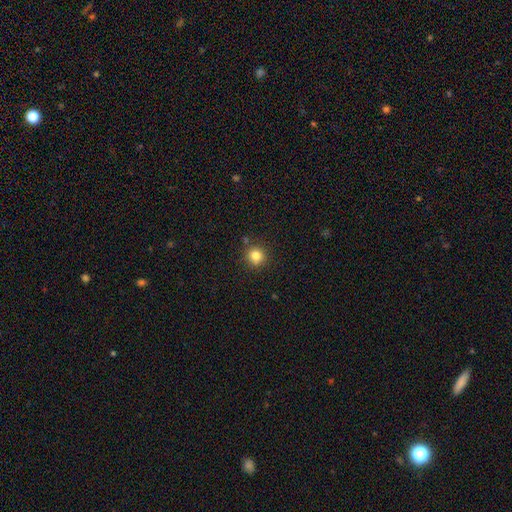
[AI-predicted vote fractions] A smooth galaxy with no disk features (82%) that is round (91%).

Vote fractions:
- Smooth or featured? smooth: 82% / star or artifact: 12% / featured or disk: 6%
- How rounded? round: 91% / in between: 8% / cigar-shaped: 1%
- Merging? none: 84% / minor disturbance: 9% / merger: 4% / major disturbance: 2%